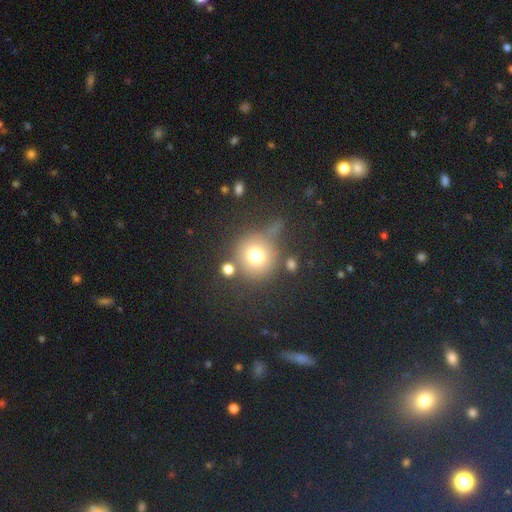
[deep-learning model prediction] Q: Smooth or featured?
A: smooth (72%); runner-up: star or artifact (15%)
Q: How rounded?
A: round (90%); runner-up: in between (9%)
Q: Merging?
A: none (66%); runner-up: minor disturbance (14%)